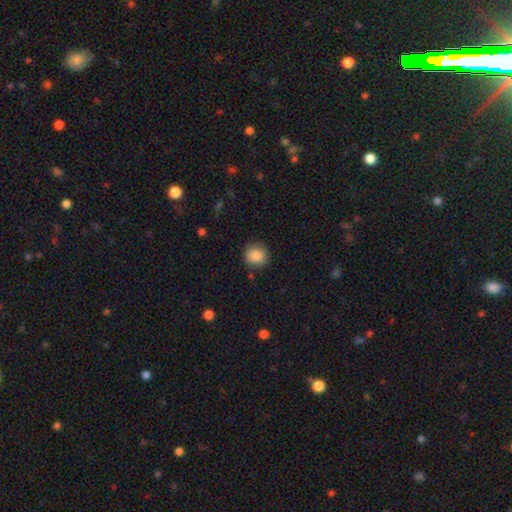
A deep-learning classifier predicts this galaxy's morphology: The model was most divided on "how rounded": round: 84%, in between: 15%, cigar-shaped: 1%. More confident: smooth or featured — smooth (87%); merging — none (85%).